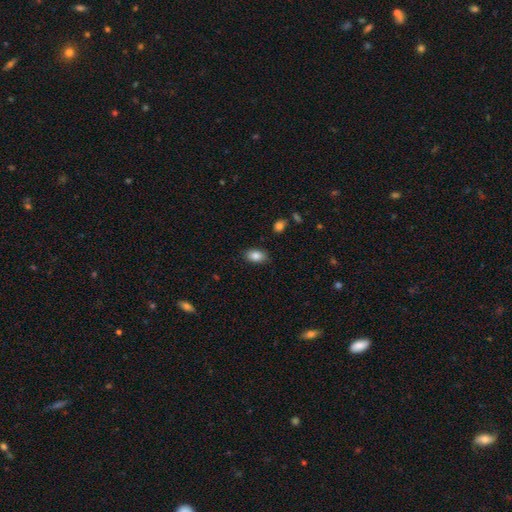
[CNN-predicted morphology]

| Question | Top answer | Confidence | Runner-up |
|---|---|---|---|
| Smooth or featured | smooth | 85% | star or artifact (8%) |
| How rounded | in between | 89% | round (9%) |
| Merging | none | 86% | minor disturbance (11%) |